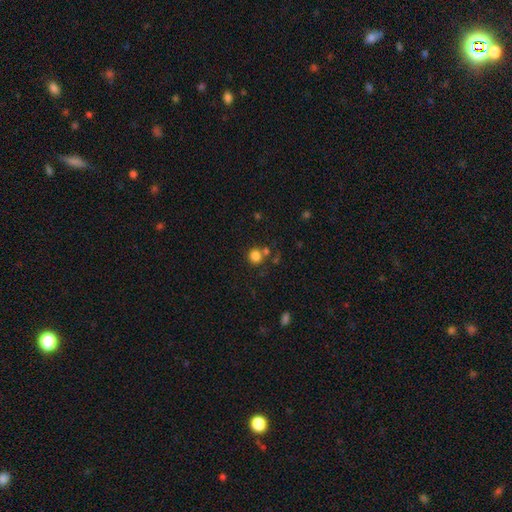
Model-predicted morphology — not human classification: type=smooth (82%); roundness=round (88%); merging=none (67%).